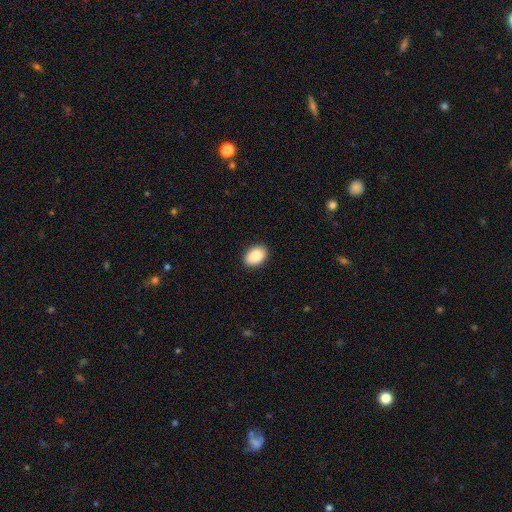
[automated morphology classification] Overall: smooth (89%). How rounded: in between (83%). Merging: none (90%).